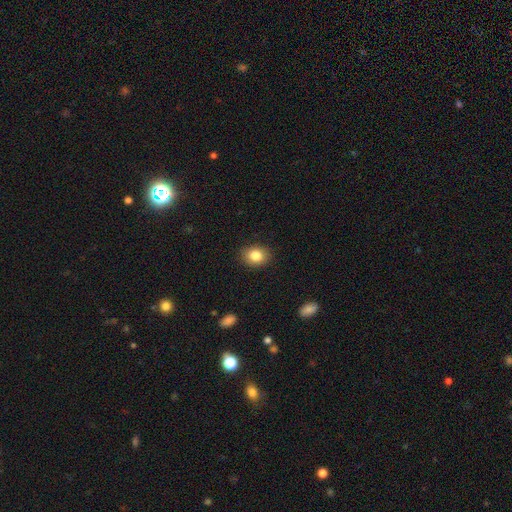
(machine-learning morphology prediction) A smooth galaxy with no disk features (84%) that is in between round and cigar-shaped (55%). Merging: none (87%).